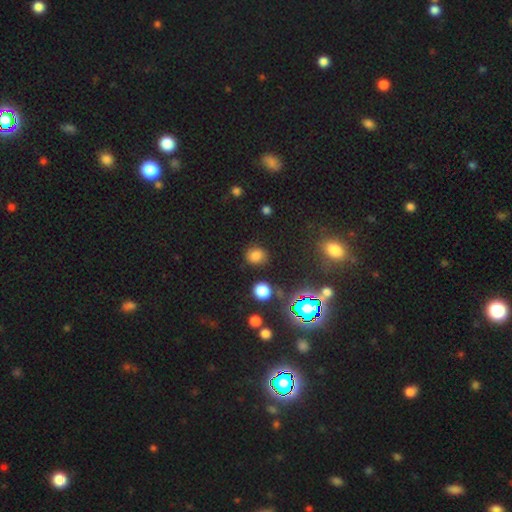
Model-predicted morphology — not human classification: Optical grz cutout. It shows a smooth galaxy with no disk features (73%) that is round (73%). Merging: none (85%).